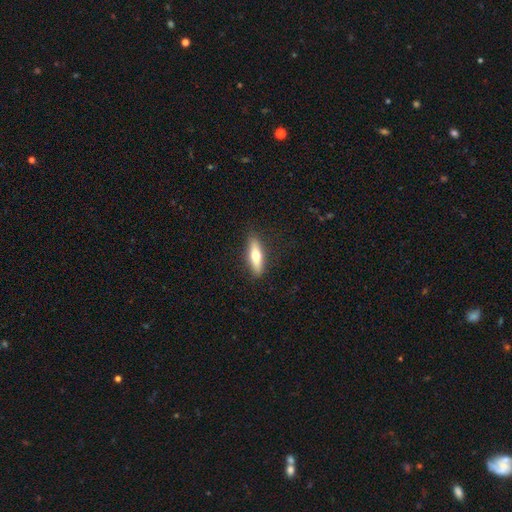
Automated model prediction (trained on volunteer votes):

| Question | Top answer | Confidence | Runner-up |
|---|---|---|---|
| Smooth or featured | smooth | 58% | featured or disk (37%) |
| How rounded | cigar-shaped | 63% | in between (34%) |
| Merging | none | 88% | minor disturbance (8%) |